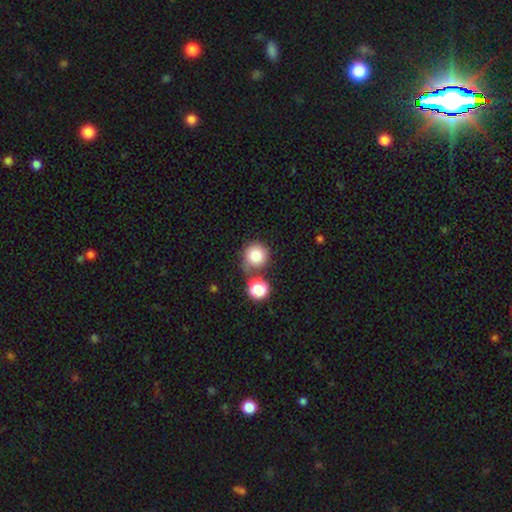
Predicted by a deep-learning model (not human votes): This appears to be a smooth galaxy with no disk features (80%) that is round (92%). Merging: none (64%).